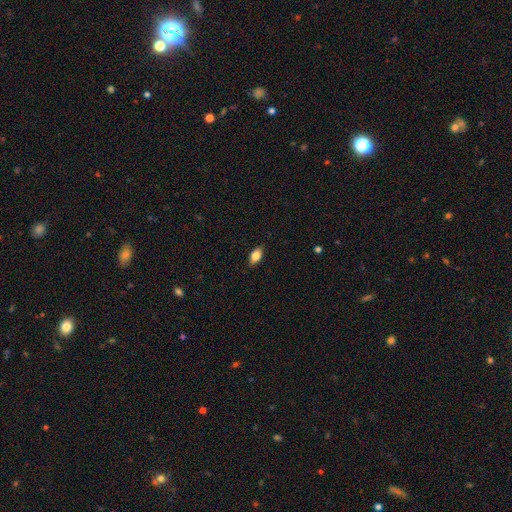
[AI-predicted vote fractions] Overall: smooth (81%). How rounded: in between (89%). Merging: none (87%).